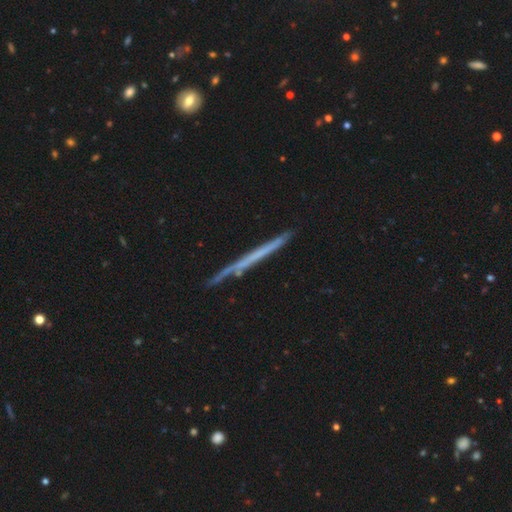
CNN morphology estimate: smooth-or-featured: featured or disk: 57% | smooth: 36% | star or artifact: 7%
  disk-edge-on: yes: 96% | no: 4%
    edge-on-bulge: none: 93% | rounded: 4% | boxy: 3%
  merging: none: 84% | minor disturbance: 12% | major disturbance: 2% | merger: 2%